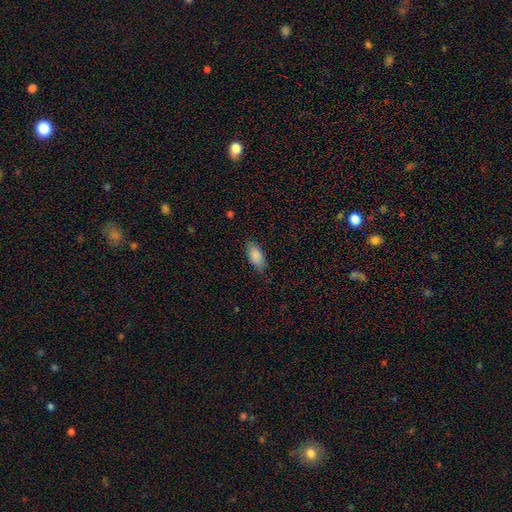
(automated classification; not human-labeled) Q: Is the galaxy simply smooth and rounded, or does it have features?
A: smooth — 88%.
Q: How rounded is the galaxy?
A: in between — 91%.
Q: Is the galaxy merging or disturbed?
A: none — 78%.